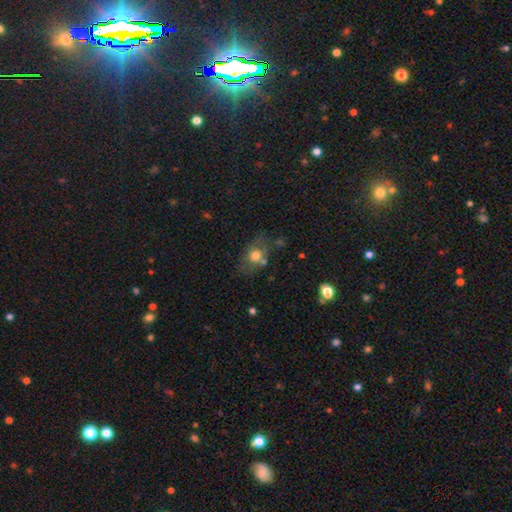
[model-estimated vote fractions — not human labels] smooth_or_featured: smooth (p=0.69) [alt: featured or disk p=0.21]
how_rounded: in between (p=0.56) [alt: round p=0.42]
merging: none (p=0.61) [alt: minor disturbance p=0.21]